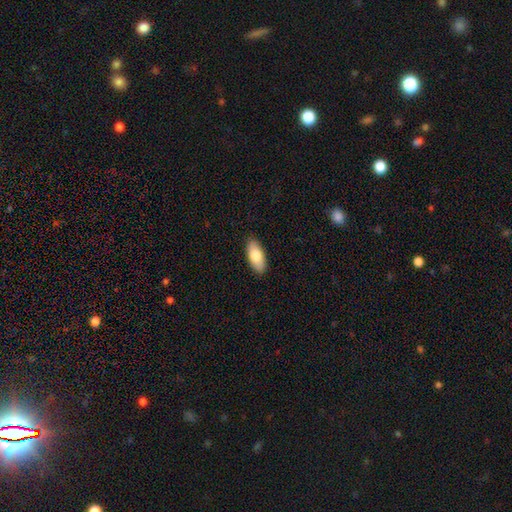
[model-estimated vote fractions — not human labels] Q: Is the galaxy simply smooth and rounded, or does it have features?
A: smooth — 78%.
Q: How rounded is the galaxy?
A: in between — 90%.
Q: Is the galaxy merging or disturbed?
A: none — 89%.